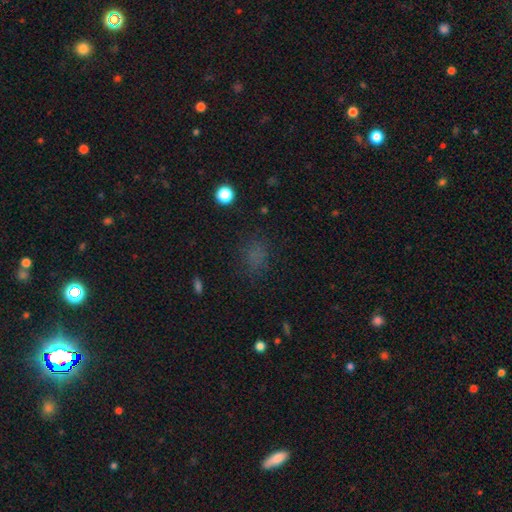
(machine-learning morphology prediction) smooth_or_featured: smooth (p=0.67) [alt: star or artifact p=0.26]
how_rounded: round (p=0.51) [alt: in between p=0.47]
merging: none (p=0.76) [alt: minor disturbance p=0.15]